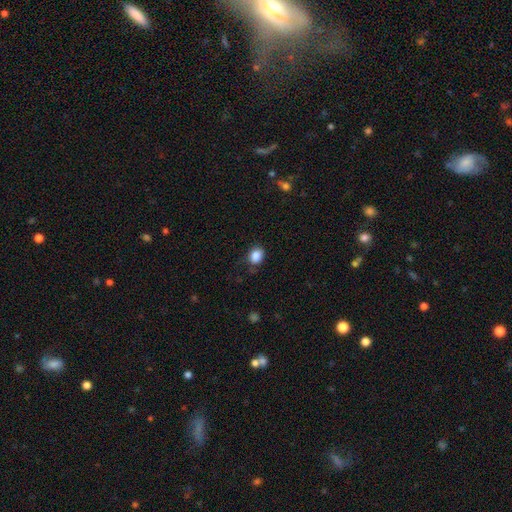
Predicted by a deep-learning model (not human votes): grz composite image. It shows a smooth galaxy with no disk features (86%) that is in between round and cigar-shaped (57%). Merging: none (74%).